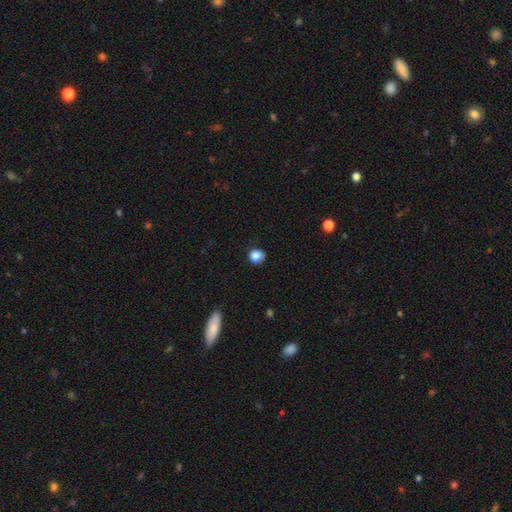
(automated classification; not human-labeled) A smooth galaxy with no disk features (85%) that is round (85%). Merging: none (82%).